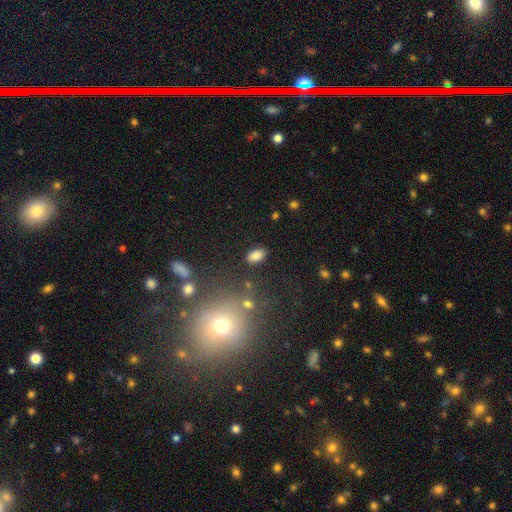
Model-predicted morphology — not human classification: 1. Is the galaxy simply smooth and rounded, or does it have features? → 83% smooth, 11% star or artifact, 6% featured or disk.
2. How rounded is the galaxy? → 92% in between, 6% round, 2% cigar-shaped.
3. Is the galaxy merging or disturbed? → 84% none, 10% minor disturbance, 3% major disturbance, 3% merger.